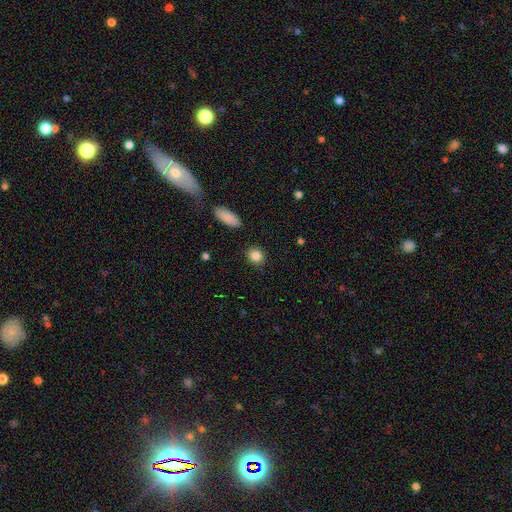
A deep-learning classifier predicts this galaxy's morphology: The model was most divided on "how rounded": round: 78%, in between: 20%, cigar-shaped: 2%. More confident: merging — none (89%); smooth or featured — smooth (86%).